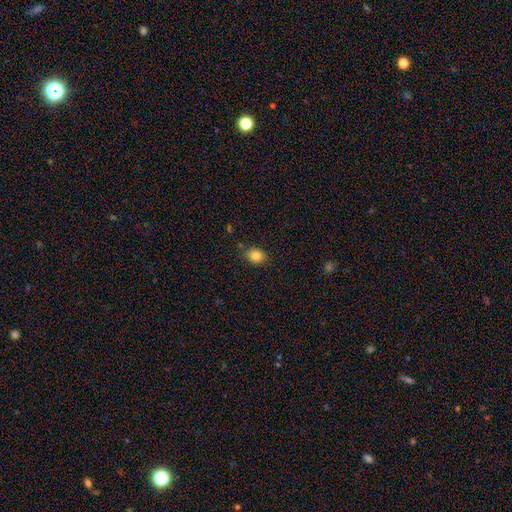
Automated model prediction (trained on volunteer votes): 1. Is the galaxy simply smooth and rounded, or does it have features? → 85% smooth, 10% star or artifact, 5% featured or disk.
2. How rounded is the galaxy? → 55% round, 44% in between, 1% cigar-shaped.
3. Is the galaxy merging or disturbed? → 83% none, 12% minor disturbance, 3% major disturbance, 2% merger.